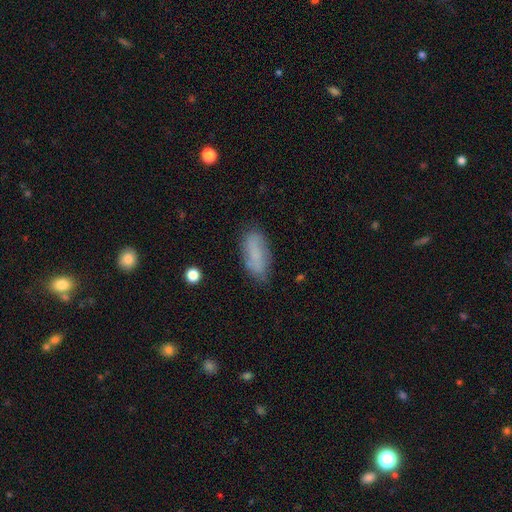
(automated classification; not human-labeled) A smooth galaxy with no disk features (72%) that is in between round and cigar-shaped (77%).

Vote fractions:
- Smooth or featured? smooth: 72% / featured or disk: 20% / star or artifact: 8%
- How rounded? in between: 77% / cigar-shaped: 20% / round: 3%
- Merging? none: 72% / minor disturbance: 20% / major disturbance: 5% / merger: 2%